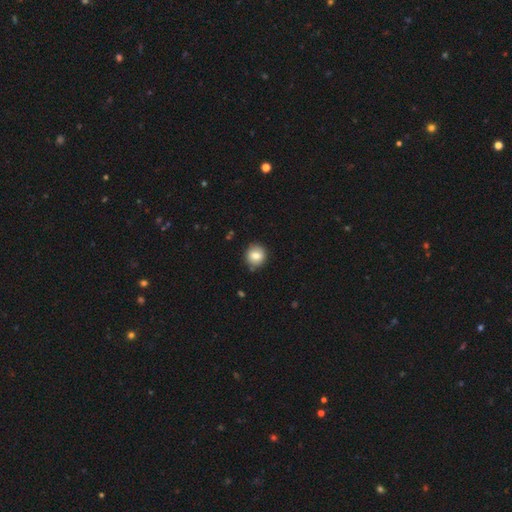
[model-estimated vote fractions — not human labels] A smooth galaxy with no disk features (80%) that is round (89%). Merging: none (85%).